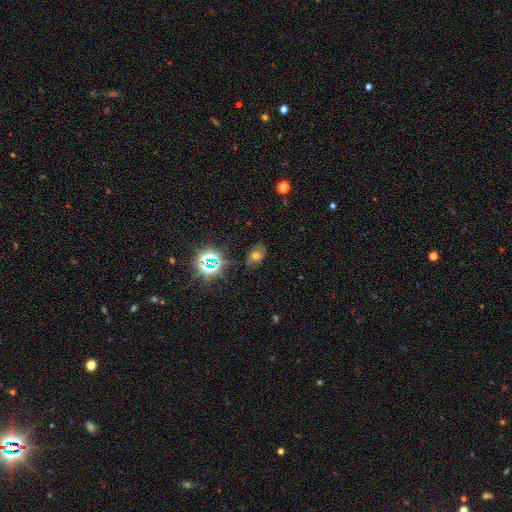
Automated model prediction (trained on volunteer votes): Q: Smooth or featured?
A: smooth (43%); runner-up: star or artifact (31%)
Q: Merging?
A: none (66%); runner-up: minor disturbance (23%)